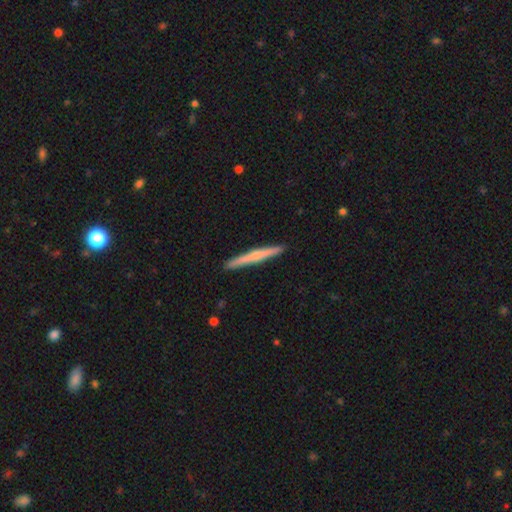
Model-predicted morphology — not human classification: Smooth or featured?
  - featured or disk: 48% *
  - smooth: 47%
  - star or artifact: 5%
Merging?
  - none: 92% *
  - minor disturbance: 6%
  - major disturbance: 1%
  - merger: 1%